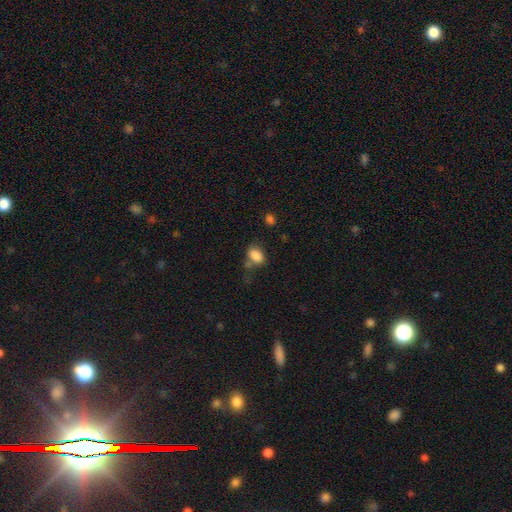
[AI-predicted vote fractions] A smooth galaxy with no disk features (84%) that is in between round and cigar-shaped (83%). Merging: none (55%).